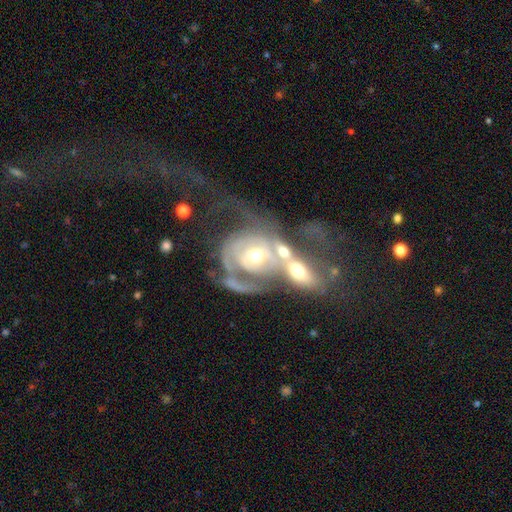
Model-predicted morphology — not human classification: featured or disk 80%, smooth 13%, star or artifact 7%. Down the decision tree: edge-on disk — no (95%); bar — no (73%); spiral arms — yes (79%); spiral arm count — 2 (42%); spiral winding — tight (45%); bulge size — moderate (59%); merging — merger (69%).